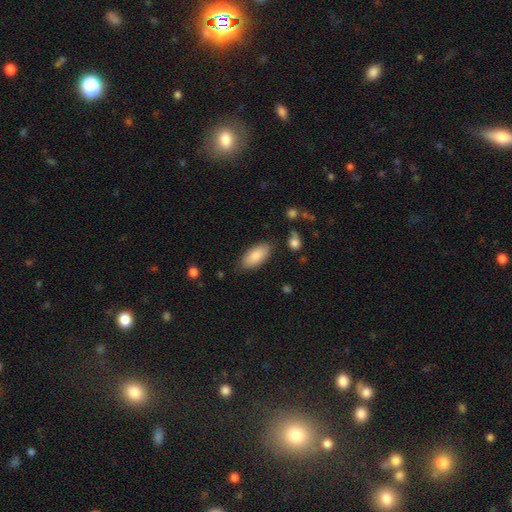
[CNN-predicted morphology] Smooth or featured? smooth (85%)
How rounded? in between (90%)
Merging? none (82%)